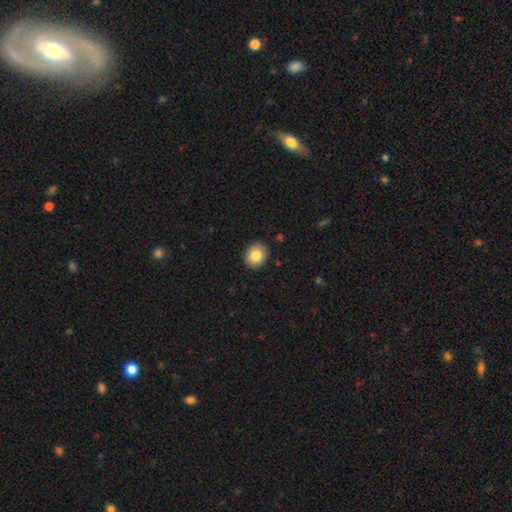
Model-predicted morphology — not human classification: Q: Smooth or featured?
A: smooth (83%); runner-up: star or artifact (9%)
Q: How rounded?
A: round (62%); runner-up: in between (37%)
Q: Merging?
A: none (91%); runner-up: minor disturbance (7%)